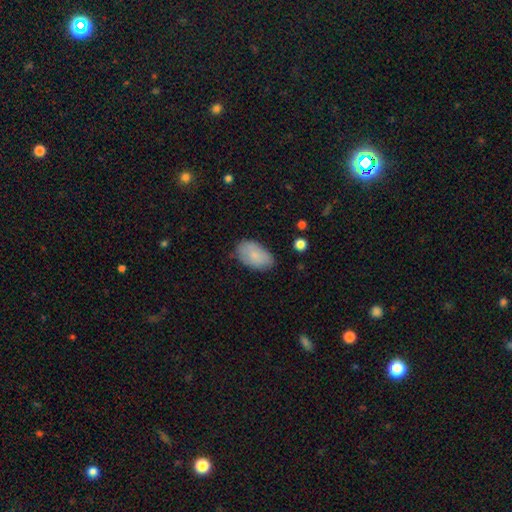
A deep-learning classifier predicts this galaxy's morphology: smooth_or_featured: smooth (p=0.81) [alt: featured or disk p=0.13]
how_rounded: in between (p=0.94) [alt: round p=0.05]
merging: none (p=0.73) [alt: minor disturbance p=0.21]